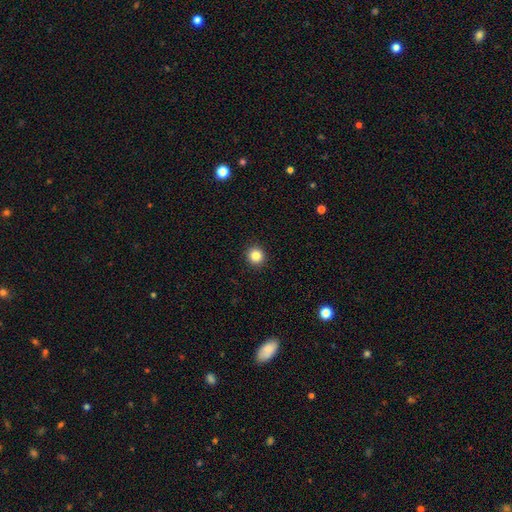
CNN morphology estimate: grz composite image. It shows a smooth galaxy with no disk features (84%) that is round (93%). Merging: none (93%).